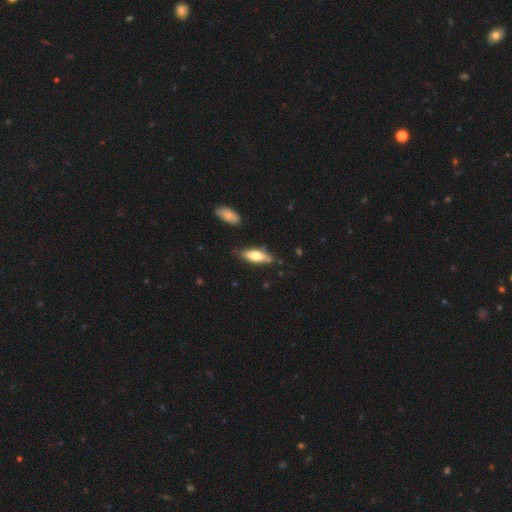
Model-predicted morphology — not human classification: A smooth galaxy with no disk features (66%) that is in between round and cigar-shaped (60%).

Vote fractions:
- Smooth or featured? smooth: 66% / featured or disk: 28% / star or artifact: 6%
- How rounded? in between: 60% / cigar-shaped: 37% / round: 2%
- Merging? none: 75% / minor disturbance: 18% / merger: 4% / major disturbance: 3%